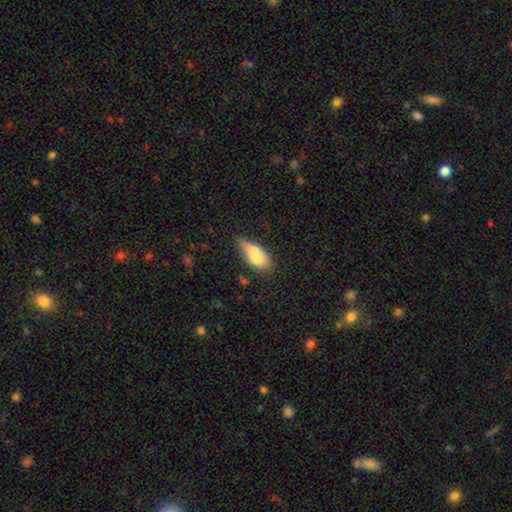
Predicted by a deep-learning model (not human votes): A smooth galaxy with no disk features (65%) that is in between round and cigar-shaped (77%).

Vote fractions:
- Smooth or featured? smooth: 65% / featured or disk: 27% / star or artifact: 8%
- How rounded? in between: 77% / cigar-shaped: 16% / round: 7%
- Merging? merger: 46% / none: 30% / minor disturbance: 17% / major disturbance: 7%